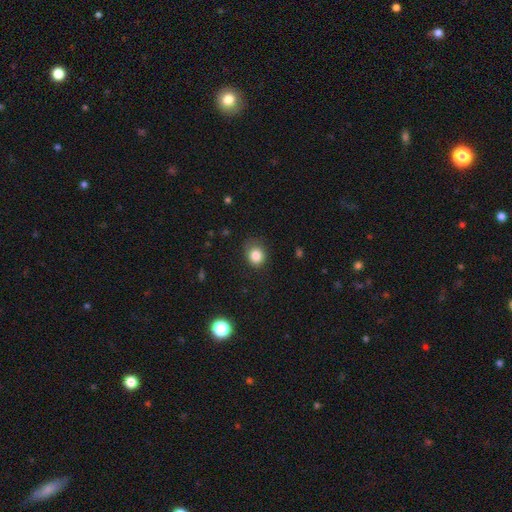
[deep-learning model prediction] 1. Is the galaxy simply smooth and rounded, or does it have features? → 84% smooth, 11% star or artifact, 5% featured or disk.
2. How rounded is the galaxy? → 72% round, 28% in between, 1% cigar-shaped.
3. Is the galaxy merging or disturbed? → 75% none, 19% minor disturbance, 5% major disturbance, 1% merger.